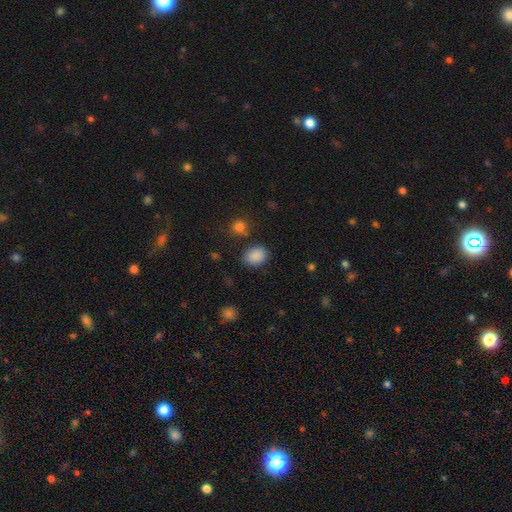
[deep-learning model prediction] A smooth galaxy with no disk features (87%) that is in between round and cigar-shaped (59%). Merging: none (79%).